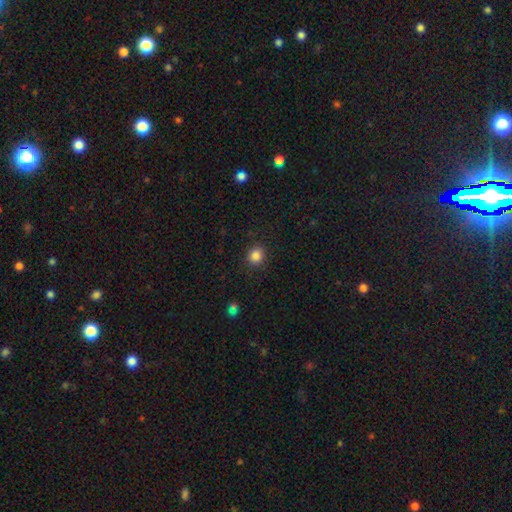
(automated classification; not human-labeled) Smooth or featured? smooth (85%)
How rounded? round (85%)
Merging? none (90%)